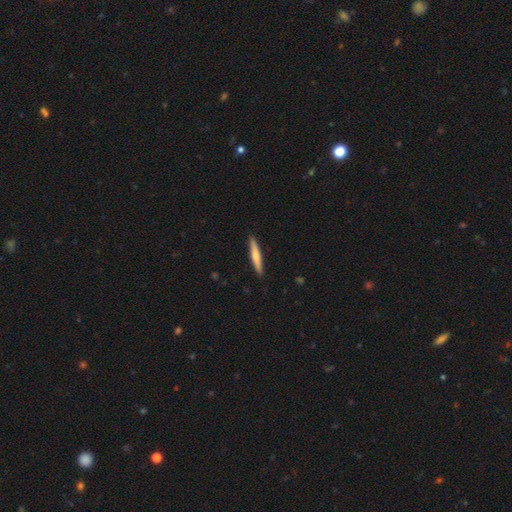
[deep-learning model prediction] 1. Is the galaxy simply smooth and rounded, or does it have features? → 59% smooth, 36% featured or disk, 5% star or artifact.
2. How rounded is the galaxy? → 94% cigar-shaped, 5% in between, 1% round.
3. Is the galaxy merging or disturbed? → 90% none, 7% minor disturbance, 1% major disturbance, 1% merger.